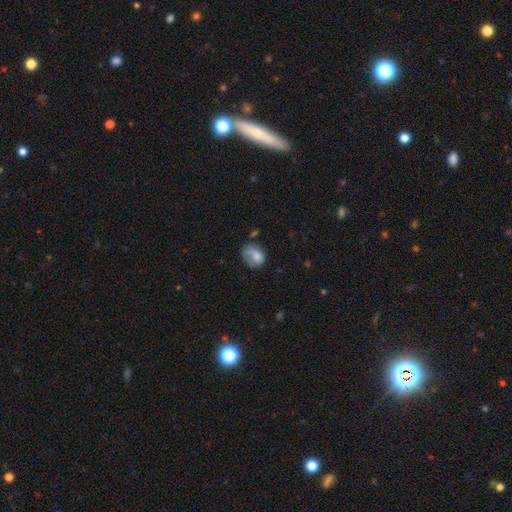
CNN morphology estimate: A smooth galaxy with no disk features (70%) that is in between round and cigar-shaped (62%).

Vote fractions:
- Smooth or featured? smooth: 70% / featured or disk: 21% / star or artifact: 9%
- How rounded? in between: 62% / round: 37% / cigar-shaped: 1%
- Merging? none: 39% / minor disturbance: 30% / major disturbance: 27% / merger: 4%